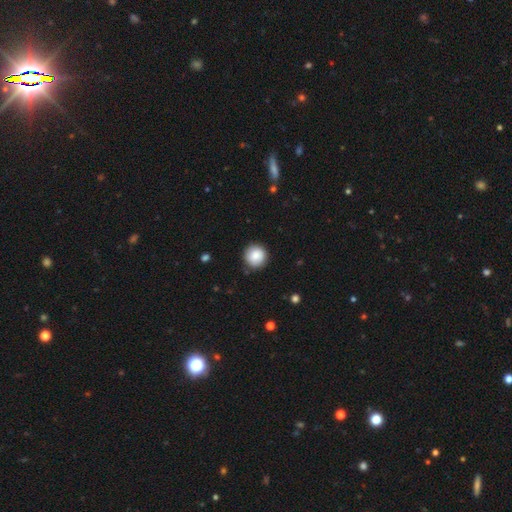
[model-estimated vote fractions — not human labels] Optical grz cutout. It shows a smooth galaxy with no disk features (86%) that is round (94%). Merging: none (89%).